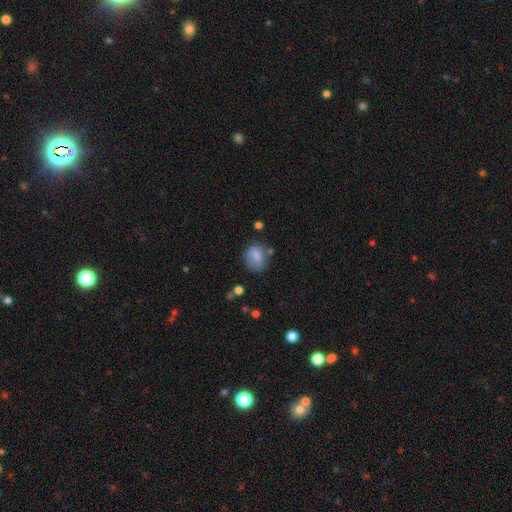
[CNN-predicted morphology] Q: Smooth or featured?
A: smooth (75%); runner-up: featured or disk (15%)
Q: How rounded?
A: round (55%); runner-up: in between (43%)
Q: Merging?
A: none (68%); runner-up: minor disturbance (20%)